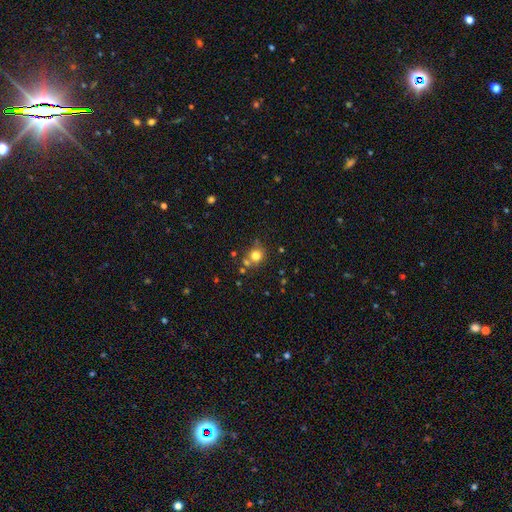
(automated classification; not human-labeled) Smooth or featured? smooth (77%)
How rounded? round (86%)
Merging? none (67%)